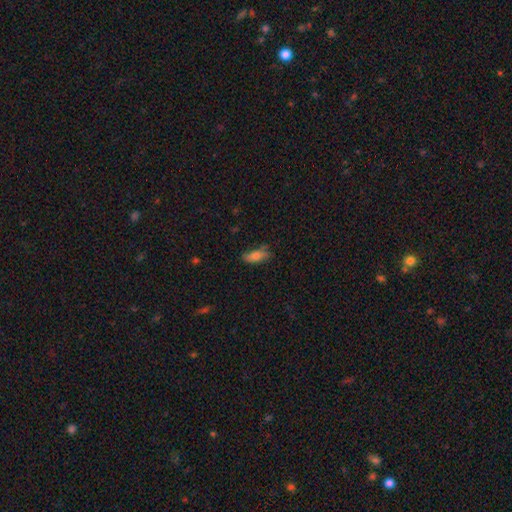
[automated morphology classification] smooth_or_featured: smooth (p=0.77) [alt: featured or disk p=0.15]
how_rounded: in between (p=0.76) [alt: cigar-shaped p=0.21]
merging: none (p=0.63) [alt: minor disturbance p=0.27]